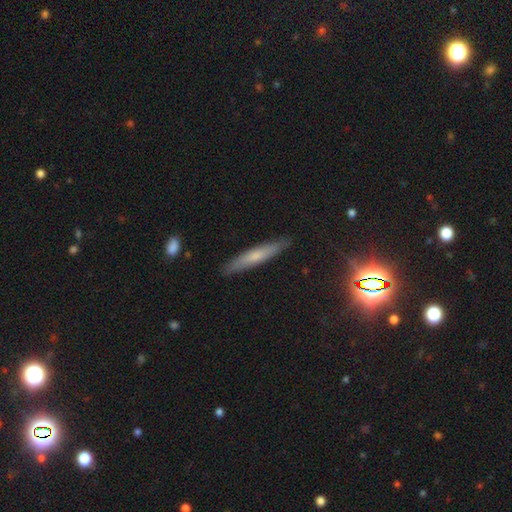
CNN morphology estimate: smooth-or-featured: smooth: 58% | featured or disk: 34% | star or artifact: 8%
  how-rounded: cigar-shaped: 92% | in between: 6% | round: 1%
  merging: none: 88% | minor disturbance: 9% | major disturbance: 2% | merger: 1%